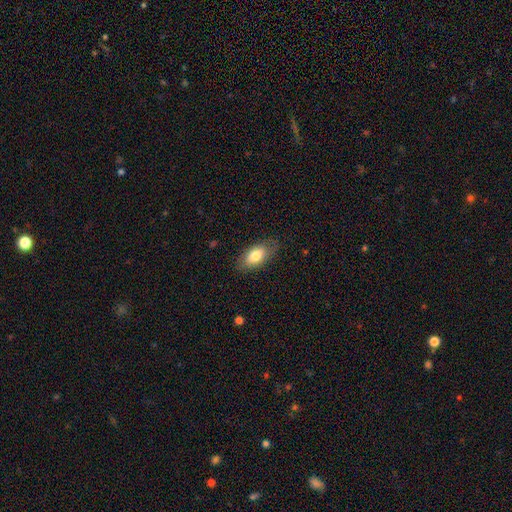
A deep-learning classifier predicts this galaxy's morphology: The model was most divided on "merging": none: 80%, minor disturbance: 15%, major disturbance: 4%, merger: 1%. More confident: how rounded — in between (90%); smooth or featured — smooth (80%).